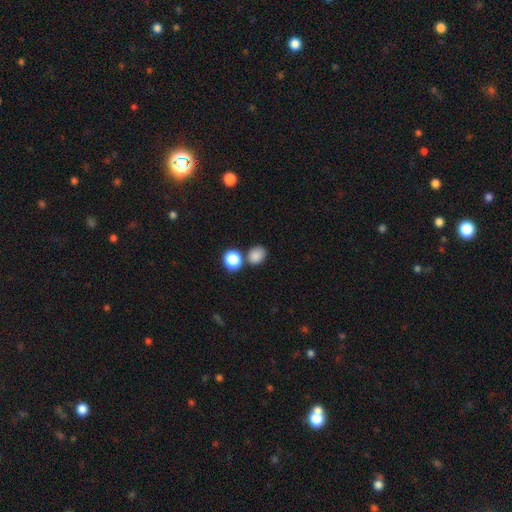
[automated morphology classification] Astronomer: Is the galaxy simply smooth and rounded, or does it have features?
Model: smooth — 84%.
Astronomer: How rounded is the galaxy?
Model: round — 59% (runner-up: in between, 40%).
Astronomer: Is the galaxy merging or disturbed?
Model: none — 68%.